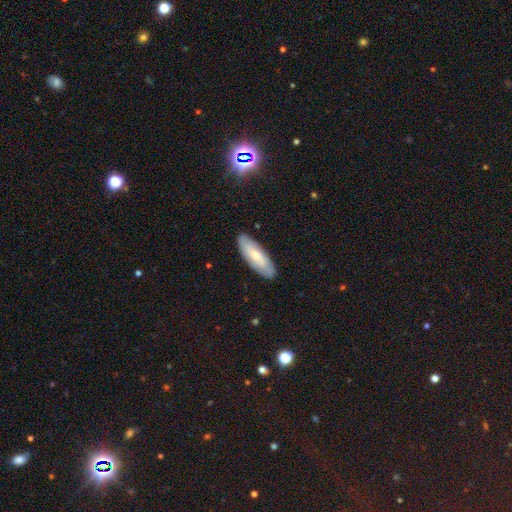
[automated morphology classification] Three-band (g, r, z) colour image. It shows a smooth galaxy with no disk features (56%) that is in between round and cigar-shaped (63%). Merging: none (87%).